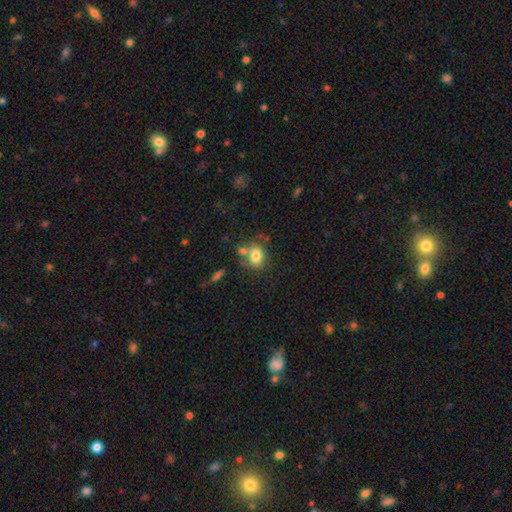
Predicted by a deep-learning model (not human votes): The model was most divided on "how rounded": in between: 57%, round: 41%, cigar-shaped: 1%. More confident: smooth or featured — smooth (78%); merging — none (55%).